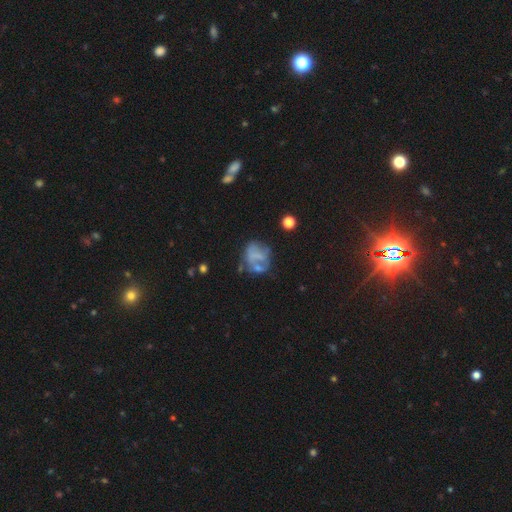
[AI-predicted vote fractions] This appears to be a featured or disk galaxy (50%). Merging: none (38%).